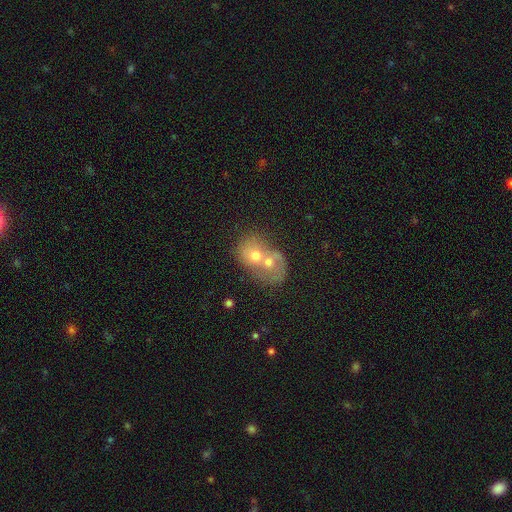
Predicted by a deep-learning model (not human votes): The model was most divided on "how rounded": round: 53%, in between: 46%, cigar-shaped: 1%. More confident: merging — merger (80%); smooth or featured — smooth (54%).